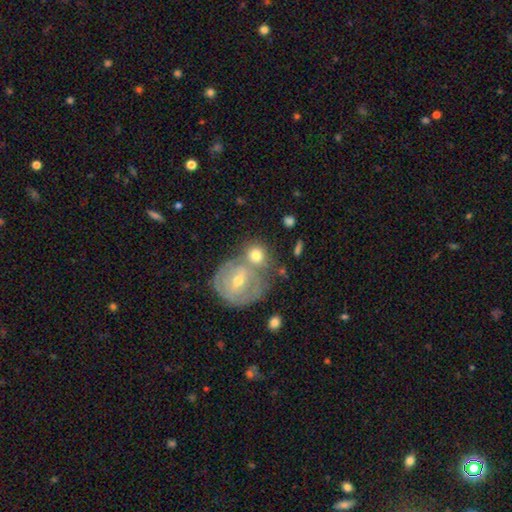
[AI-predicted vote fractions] Smooth or featured? Predicted: smooth (p=0.61). How rounded? Predicted: round (p=0.83). Merging? Predicted: none (p=0.43).